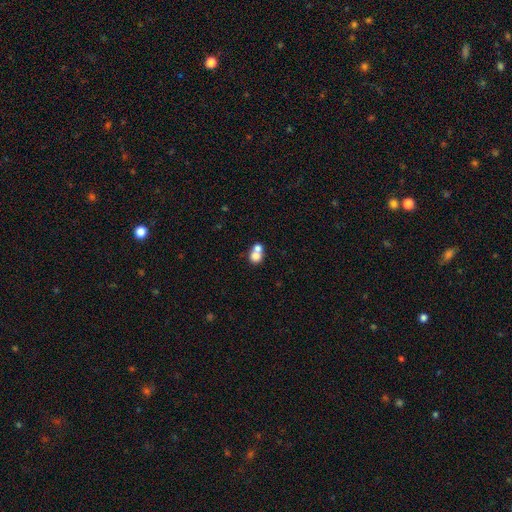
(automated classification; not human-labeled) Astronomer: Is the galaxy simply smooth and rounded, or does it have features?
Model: smooth — 74%.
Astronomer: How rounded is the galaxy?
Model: round — 67%.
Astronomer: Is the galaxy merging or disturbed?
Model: merger — 63%.